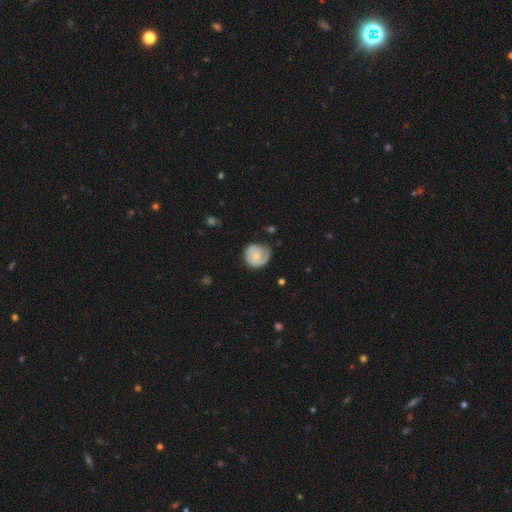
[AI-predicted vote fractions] A featured or disk galaxy (61%) with no bar (69%), 1 (45%) tight (59%) spiral arms (88%) and a small central bulge (59%). Merging: none (66%).